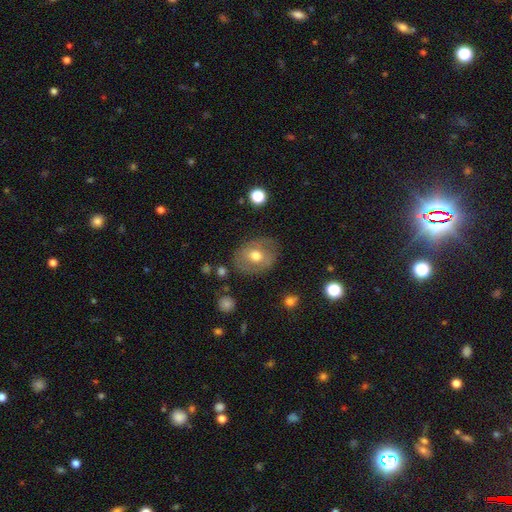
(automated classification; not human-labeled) Smooth or featured? Predicted: smooth (p=0.55). How rounded? Predicted: in between (p=0.53). Merging? Predicted: none (p=0.75).